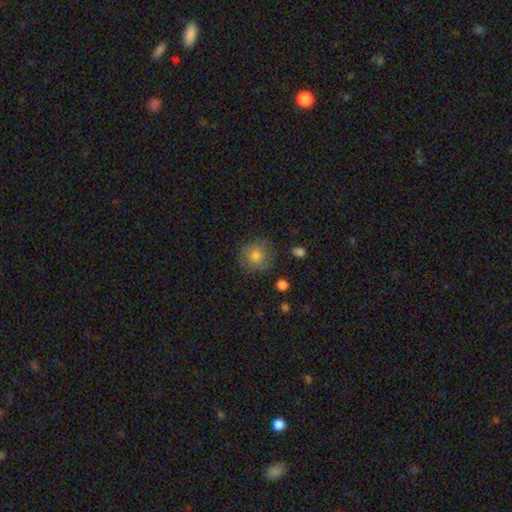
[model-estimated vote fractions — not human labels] This appears to be a smooth galaxy with no disk features (80%) that is round (92%). Merging: none (82%).